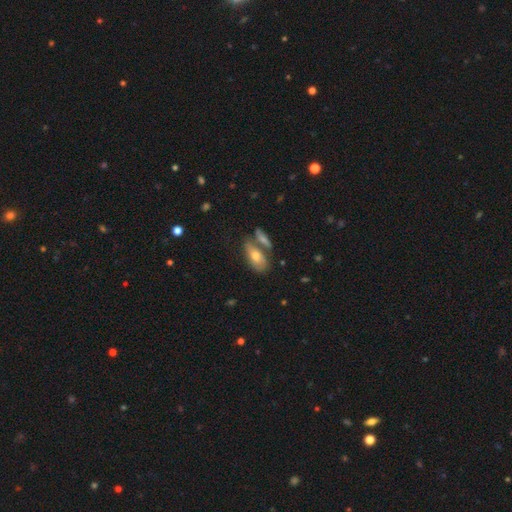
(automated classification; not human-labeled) smooth_or_featured: smooth (p=0.60) [alt: featured or disk p=0.32]
how_rounded: in between (p=0.78) [alt: cigar-shaped p=0.17]
merging: none (p=0.45) [alt: merger p=0.35]